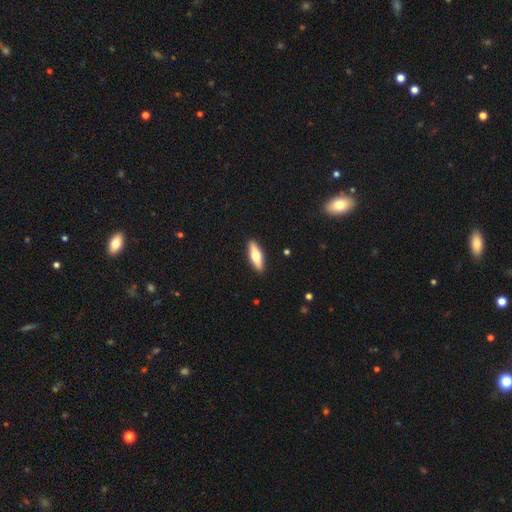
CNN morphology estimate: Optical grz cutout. It shows a smooth galaxy with no disk features (56%) that is cigar-shaped (56%). Merging: none (91%).